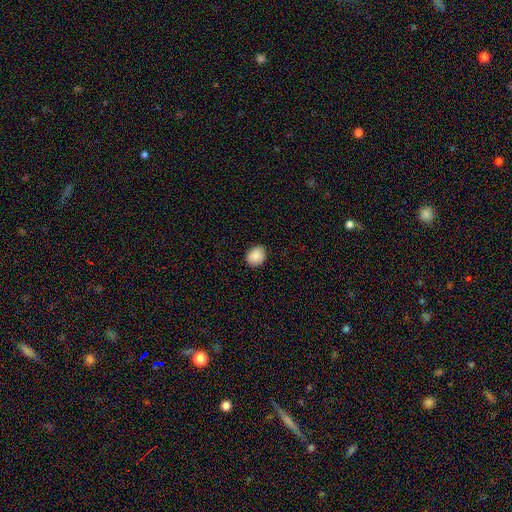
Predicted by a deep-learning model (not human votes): Smooth or featured? smooth (88%)
How rounded? round (61%)
Merging? none (87%)